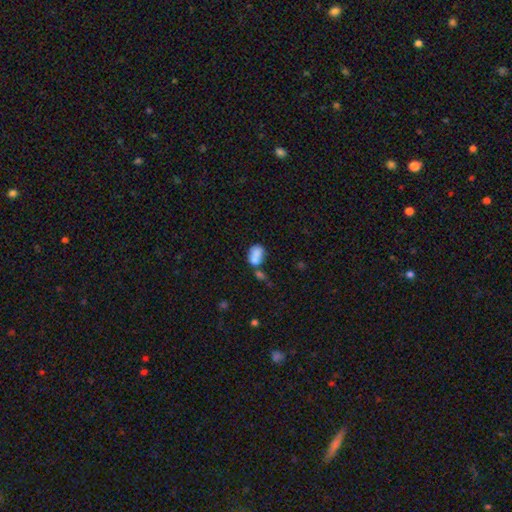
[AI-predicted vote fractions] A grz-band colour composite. It shows a smooth galaxy with no disk features (76%) that is in between round and cigar-shaped (78%). Merging: merger (44%).